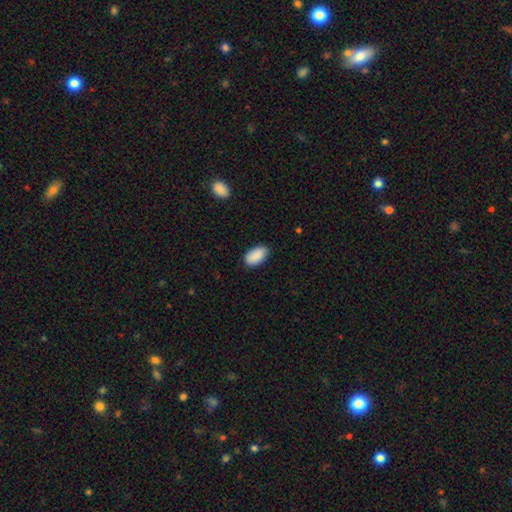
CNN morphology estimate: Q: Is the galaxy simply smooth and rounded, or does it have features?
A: smooth — 90%.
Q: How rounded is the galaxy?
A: in between — 95%.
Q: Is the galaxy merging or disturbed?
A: none — 83%.